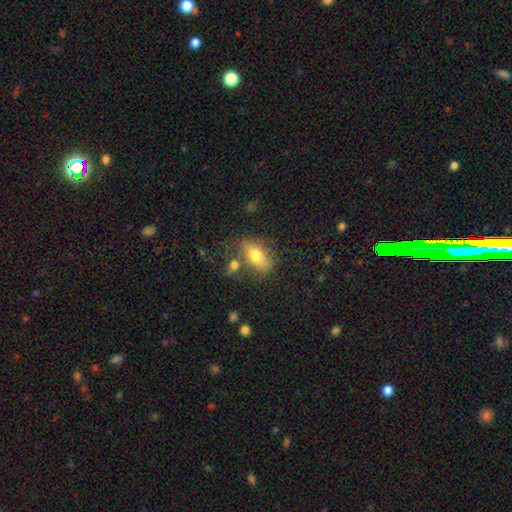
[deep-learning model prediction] Morphology: type=smooth (70%); roundness=in between (86%); merging=none (59%).